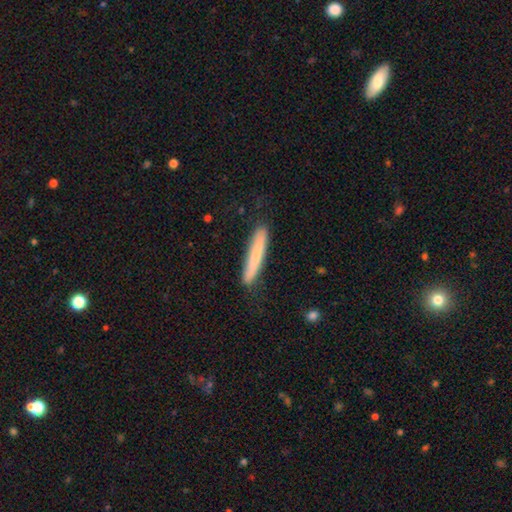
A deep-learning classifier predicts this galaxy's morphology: Overall: smooth (66%; featured or disk 28%). How rounded: cigar-shaped (94%). Merging: none (84%).